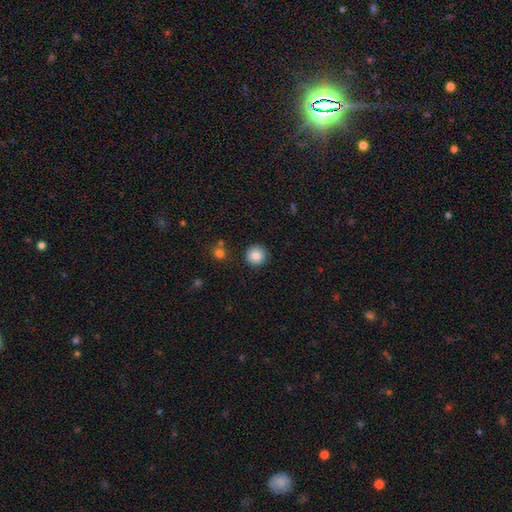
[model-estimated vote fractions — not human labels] The model was most divided on "smooth or featured": smooth: 84%, star or artifact: 9%, featured or disk: 7%. More confident: how rounded — round (96%); merging — none (91%).